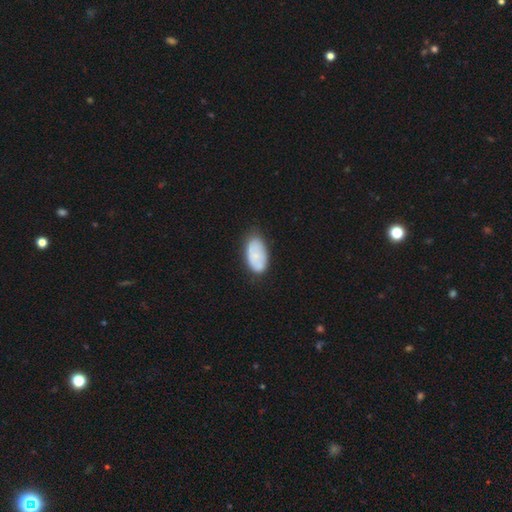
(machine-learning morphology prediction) Smooth or featured: smooth — 70% (featured or disk — 23%)
How rounded: in between — 94% (round — 4%)
Merging: none — 62% (minor disturbance — 29%)